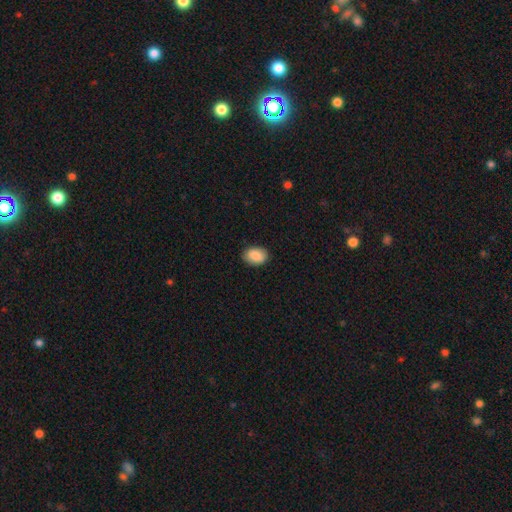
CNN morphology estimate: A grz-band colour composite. It shows a smooth galaxy with no disk features (88%) that is in between round and cigar-shaped (77%). Merging: none (87%).